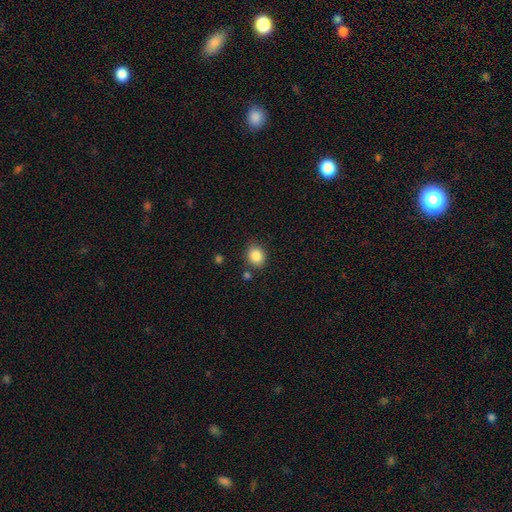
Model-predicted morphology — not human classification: Overall: smooth (86%). How rounded: round (62%; in between 38%). Merging: none (80%).